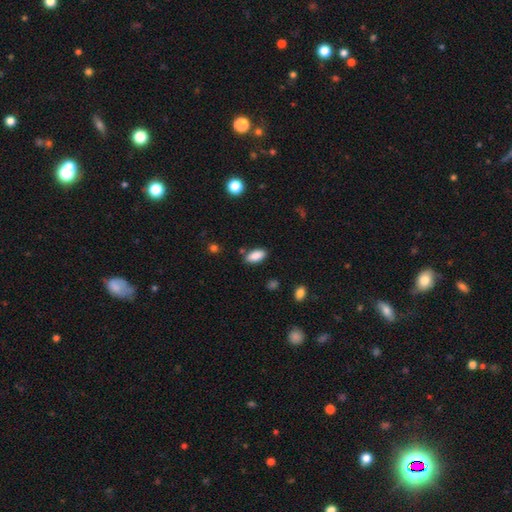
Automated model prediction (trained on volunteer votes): Smooth or featured? Predicted: smooth (p=0.88). How rounded? Predicted: in between (p=0.90). Merging? Predicted: none (p=0.83).